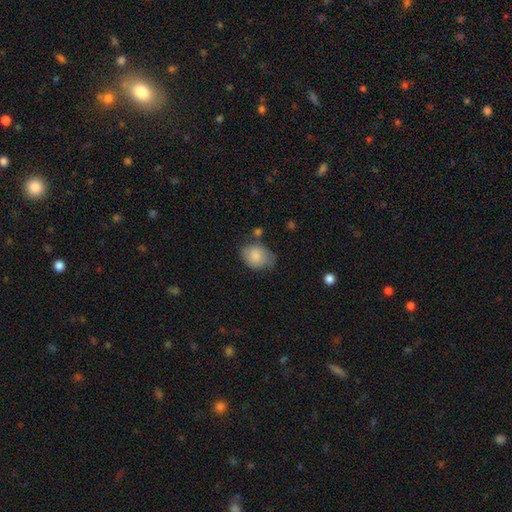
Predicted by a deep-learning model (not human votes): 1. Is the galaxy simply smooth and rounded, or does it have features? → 79% smooth, 14% featured or disk, 7% star or artifact.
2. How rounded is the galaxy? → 66% in between, 33% round, 1% cigar-shaped.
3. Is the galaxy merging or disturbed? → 50% none, 33% minor disturbance, 11% major disturbance, 6% merger.